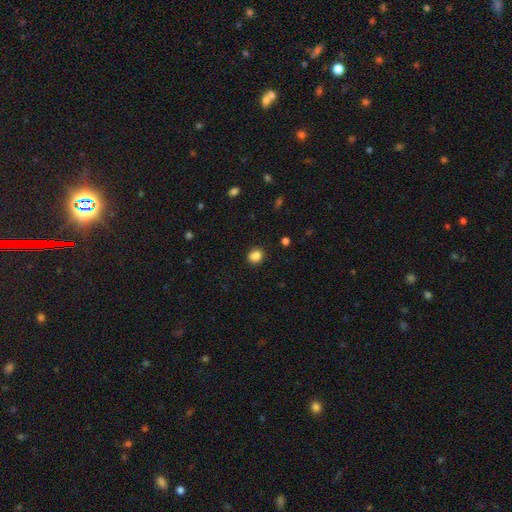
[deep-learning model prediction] A smooth galaxy with no disk features (86%) that is round (68%).

Vote fractions:
- Smooth or featured? smooth: 86% / star or artifact: 10% / featured or disk: 3%
- How rounded? round: 68% / in between: 31% / cigar-shaped: 1%
- Merging? none: 85% / minor disturbance: 11% / major disturbance: 3% / merger: 2%